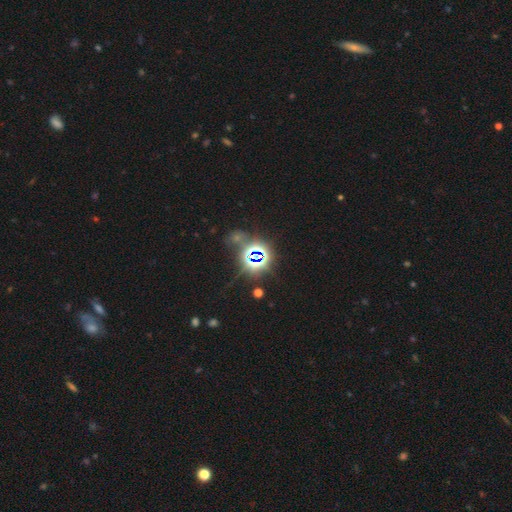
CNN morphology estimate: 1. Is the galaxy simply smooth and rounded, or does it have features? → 80% star or artifact, 13% smooth, 7% featured or disk.